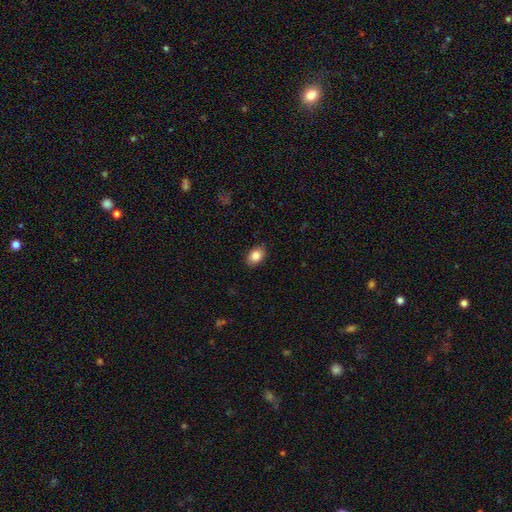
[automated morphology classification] Smooth or featured: smooth — 85% (star or artifact — 8%)
How rounded: in between — 81% (round — 18%)
Merging: none — 89% (minor disturbance — 8%)